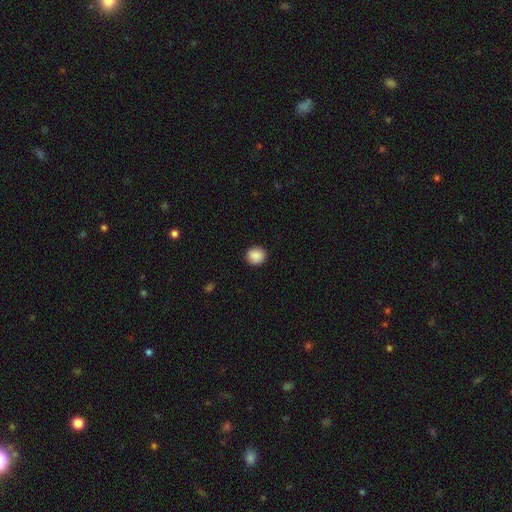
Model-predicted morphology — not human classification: This appears to be a smooth galaxy with no disk features (89%) that is round (78%). Merging: none (90%).